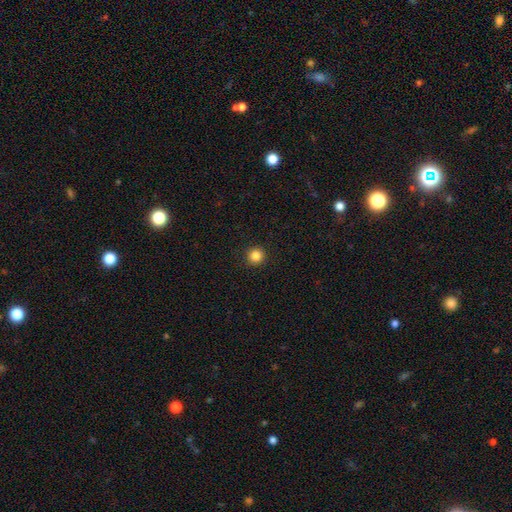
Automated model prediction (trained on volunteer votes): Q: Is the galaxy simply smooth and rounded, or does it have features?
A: smooth — 85%.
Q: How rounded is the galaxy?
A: round — 96%.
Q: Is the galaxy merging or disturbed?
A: none — 93%.